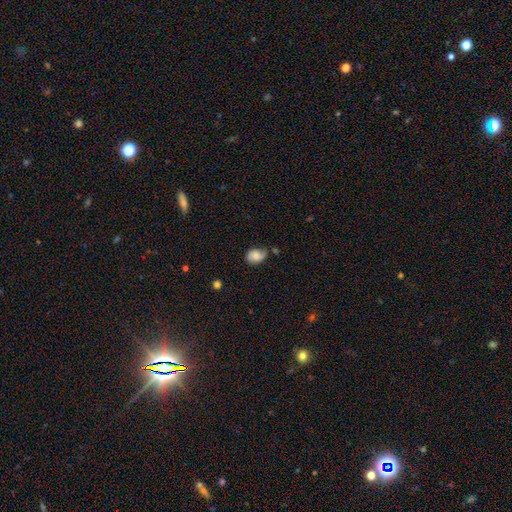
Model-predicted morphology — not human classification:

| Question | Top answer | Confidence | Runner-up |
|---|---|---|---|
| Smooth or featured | smooth | 59% | featured or disk (31%) |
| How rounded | in between | 69% | round (30%) |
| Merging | none | 48% | minor disturbance (36%) |